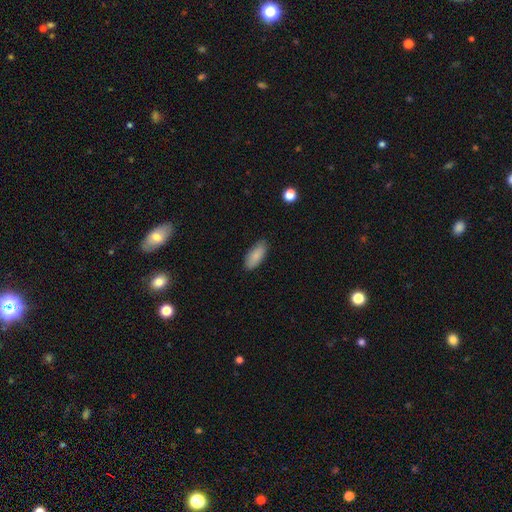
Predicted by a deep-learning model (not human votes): A smooth galaxy with no disk features (85%) that is in between round and cigar-shaped (86%). Merging: none (84%).